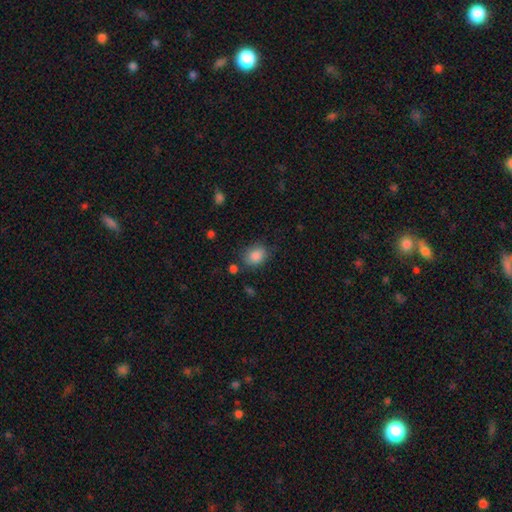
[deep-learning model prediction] Smooth or featured? smooth (87%)
How rounded? in between (53%)
Merging? none (74%)